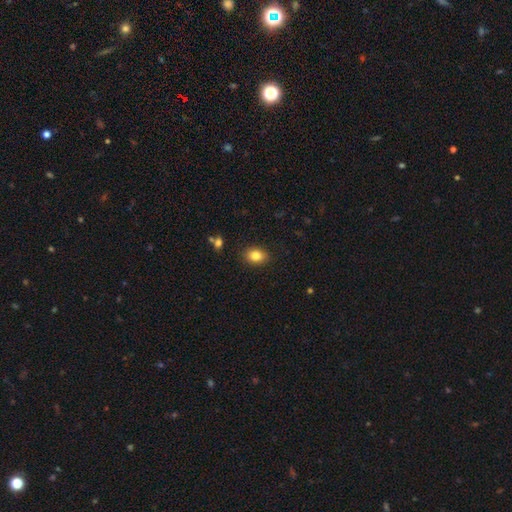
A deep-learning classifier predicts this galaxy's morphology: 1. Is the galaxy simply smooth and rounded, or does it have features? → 83% smooth, 9% star or artifact, 8% featured or disk.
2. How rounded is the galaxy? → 69% in between, 30% round, 1% cigar-shaped.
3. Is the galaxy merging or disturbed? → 88% none, 8% minor disturbance, 2% major disturbance, 1% merger.